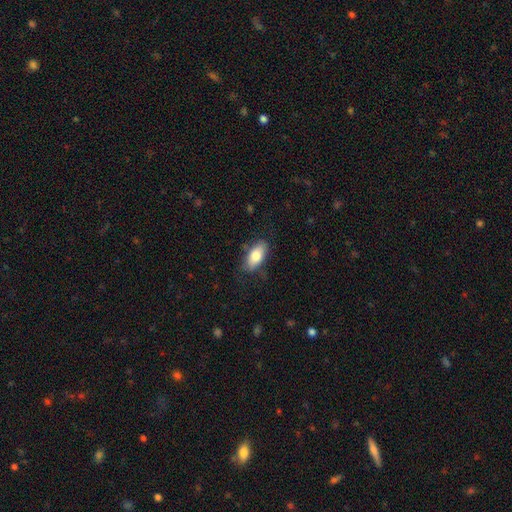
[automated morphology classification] smooth-or-featured: smooth: 80% | featured or disk: 14% | star or artifact: 6%
  how-rounded: in between: 88% | cigar-shaped: 9% | round: 3%
  merging: none: 77% | minor disturbance: 17% | major disturbance: 4% | merger: 1%